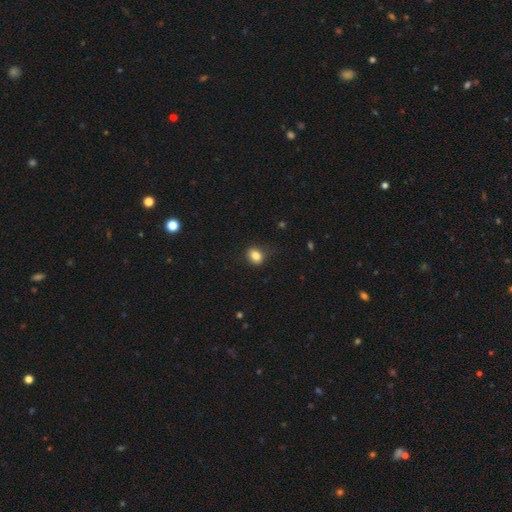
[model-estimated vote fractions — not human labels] Overall: smooth (83%). How rounded: in between (54%; round 45%). Merging: none (80%).